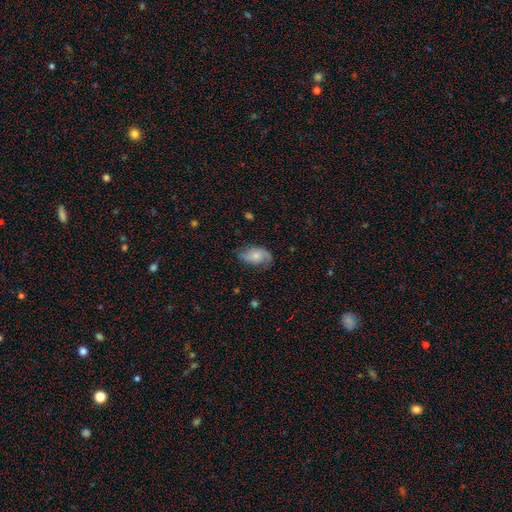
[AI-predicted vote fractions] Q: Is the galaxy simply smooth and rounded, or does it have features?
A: smooth — 50%.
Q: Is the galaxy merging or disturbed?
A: none — 60%.